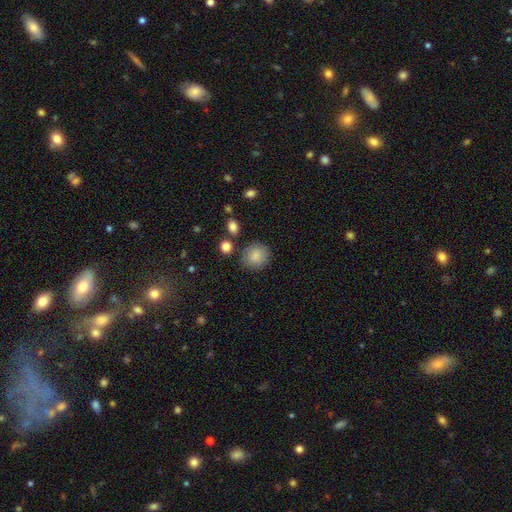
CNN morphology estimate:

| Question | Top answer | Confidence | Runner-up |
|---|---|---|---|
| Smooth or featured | smooth | 87% | star or artifact (8%) |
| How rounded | round | 85% | in between (14%) |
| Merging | none | 82% | minor disturbance (10%) |